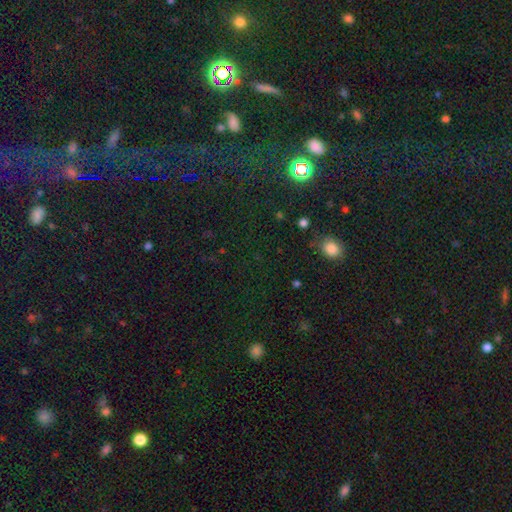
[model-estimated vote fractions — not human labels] This is likely a star or artifact rather than a galaxy (61%).